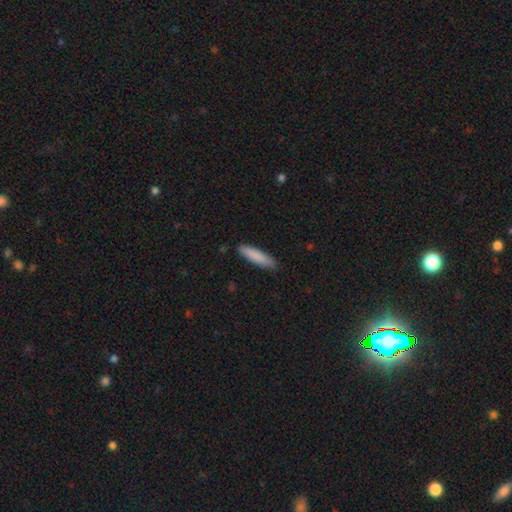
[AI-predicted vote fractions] The model was most divided on "how rounded": cigar-shaped: 79%, in between: 20%, round: 1%. More confident: merging — none (88%); smooth or featured — smooth (87%).